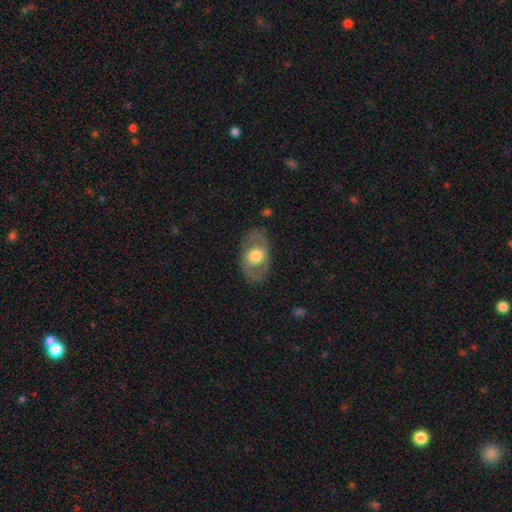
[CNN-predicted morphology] Smooth or featured? featured or disk (51%)
Edge-on disk? no (89%)
Merging? none (79%)